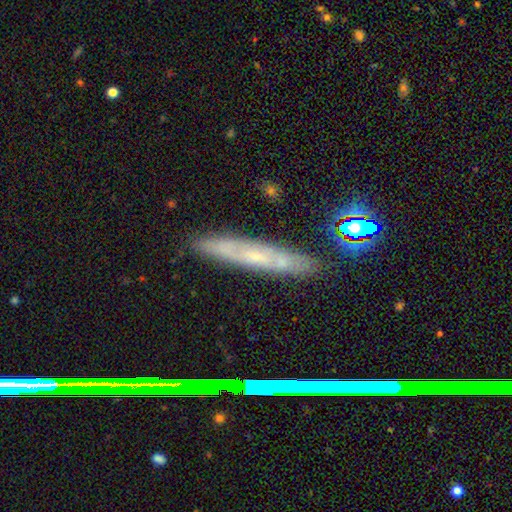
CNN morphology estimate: The model was most divided on "smooth or featured": featured or disk: 48%, smooth: 35%, star or artifact: 17%. More confident: merging — none (83%).